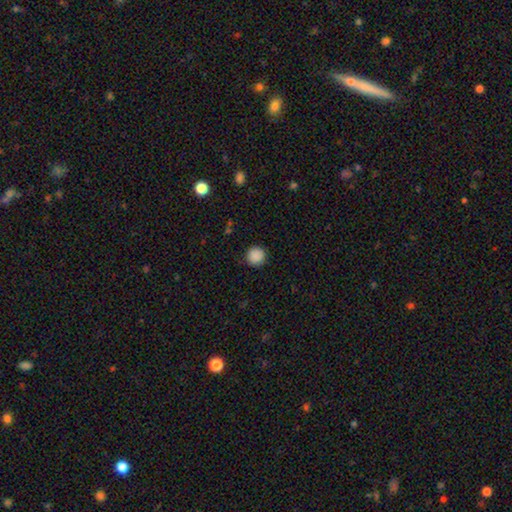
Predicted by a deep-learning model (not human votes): This is clearly a smooth galaxy (88%). How rounded: clearly round (94%). Merging: clearly none (89%).